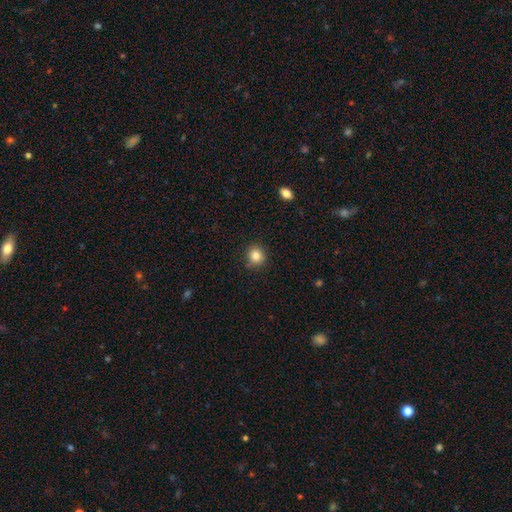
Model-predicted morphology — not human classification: smooth_or_featured: smooth (p=0.84) [alt: star or artifact p=0.11]
how_rounded: round (p=0.90) [alt: in between p=0.09]
merging: none (p=0.88) [alt: minor disturbance p=0.08]